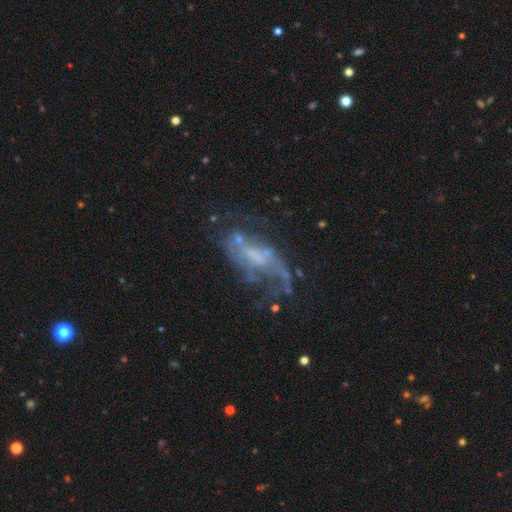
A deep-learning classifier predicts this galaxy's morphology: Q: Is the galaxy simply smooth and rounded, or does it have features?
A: featured or disk — 70%.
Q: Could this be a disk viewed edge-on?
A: no — 92%.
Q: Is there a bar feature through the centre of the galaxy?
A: no — 53%.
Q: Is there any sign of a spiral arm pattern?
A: yes — 56%.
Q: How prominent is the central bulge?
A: none — 51%.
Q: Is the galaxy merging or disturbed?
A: none — 38%.